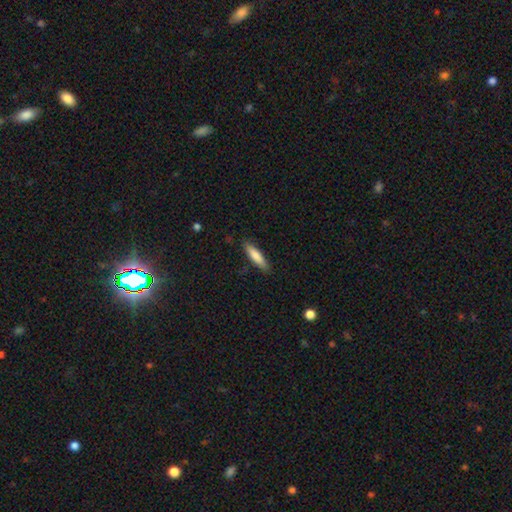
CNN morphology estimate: This is likely a smooth galaxy (79%). How rounded: likely cigar-shaped (78%). Merging: clearly none (86%).